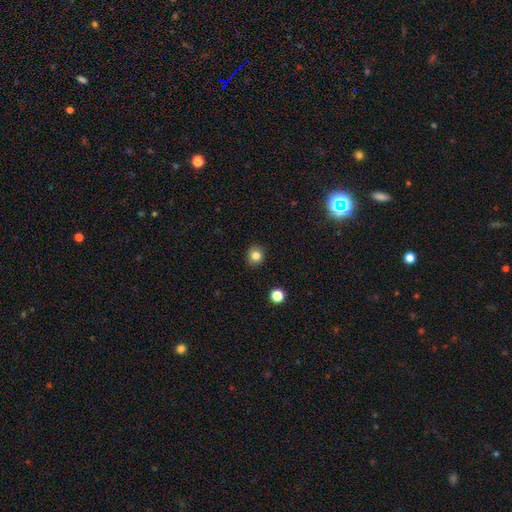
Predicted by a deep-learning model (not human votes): smooth-or-featured: smooth: 82% | star or artifact: 12% | featured or disk: 6%
  how-rounded: round: 87% | in between: 12% | cigar-shaped: 1%
  merging: none: 91% | minor disturbance: 6% | major disturbance: 2% | merger: 1%